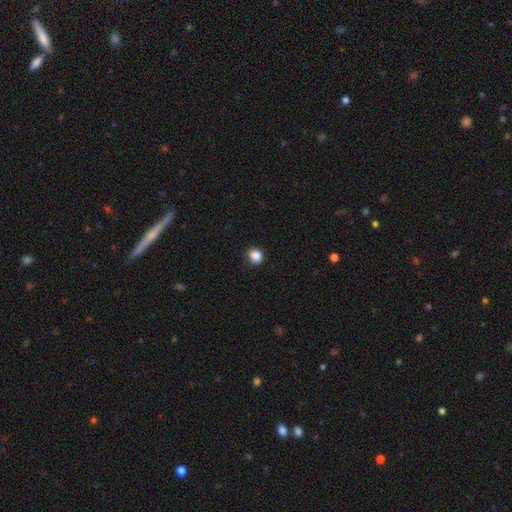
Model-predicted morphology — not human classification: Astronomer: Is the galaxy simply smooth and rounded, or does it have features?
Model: smooth — 87%.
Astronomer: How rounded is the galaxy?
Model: round — 75%.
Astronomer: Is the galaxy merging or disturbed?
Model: none — 83%.